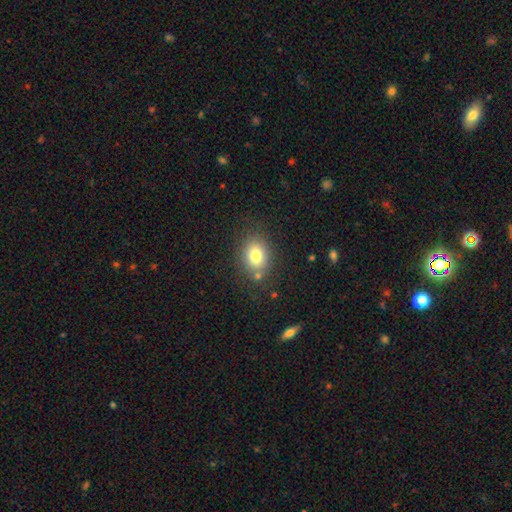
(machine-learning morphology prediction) The model was most divided on "how rounded": in between: 55%, round: 44%, cigar-shaped: 1%. More confident: merging — none (78%); smooth or featured — smooth (77%).